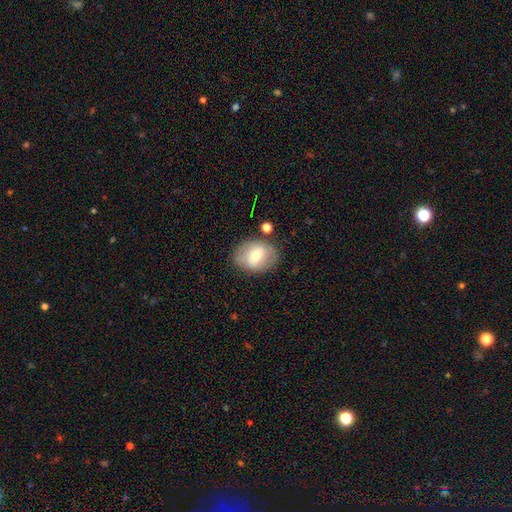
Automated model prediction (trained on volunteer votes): Smooth or featured? Predicted: smooth (p=0.60). How rounded? Predicted: in between (p=0.63). Merging? Predicted: none (p=0.75).